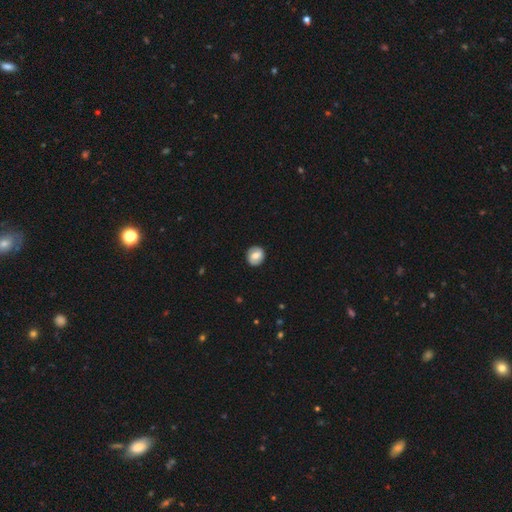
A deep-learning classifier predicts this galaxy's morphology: Smooth or featured?
  - smooth: 65% *
  - featured or disk: 27%
  - star or artifact: 8%
How rounded?
  - round: 82% *
  - in between: 17%
  - cigar-shaped: 1%
Merging?
  - none: 88% *
  - minor disturbance: 9%
  - major disturbance: 2%
  - merger: 1%